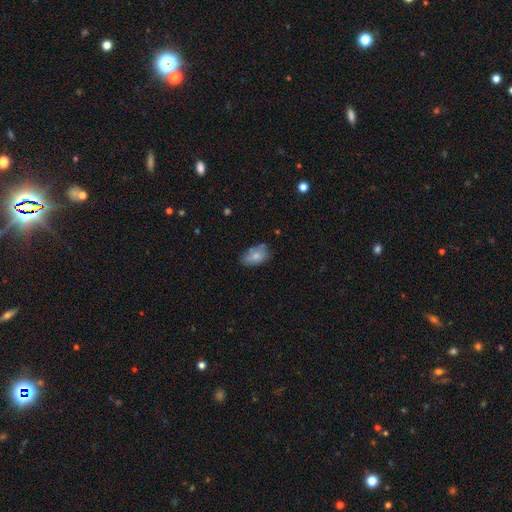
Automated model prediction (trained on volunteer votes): This is likely a smooth galaxy (77%). How rounded: clearly in between (90%). Merging: likely none (61%).